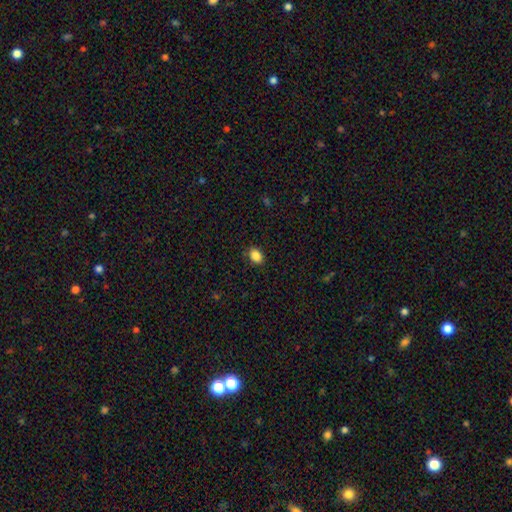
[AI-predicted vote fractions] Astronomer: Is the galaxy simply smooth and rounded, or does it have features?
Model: smooth — 87%.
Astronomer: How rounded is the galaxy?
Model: in between — 73%.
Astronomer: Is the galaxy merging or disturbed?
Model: none — 85%.